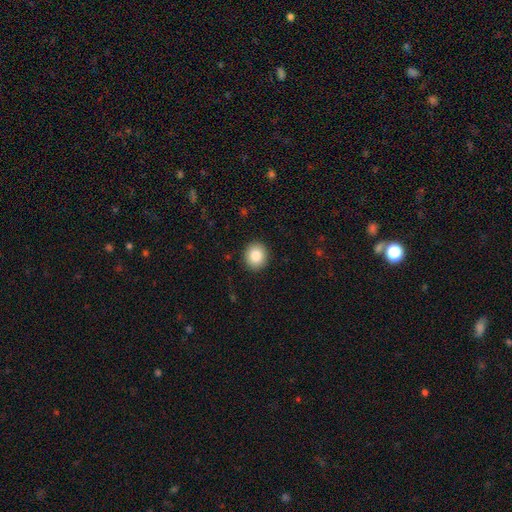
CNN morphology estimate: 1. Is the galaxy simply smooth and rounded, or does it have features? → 84% smooth, 9% star or artifact, 7% featured or disk.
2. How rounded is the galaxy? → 82% round, 17% in between, 1% cigar-shaped.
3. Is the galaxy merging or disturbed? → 92% none, 6% minor disturbance, 2% major disturbance, 1% merger.